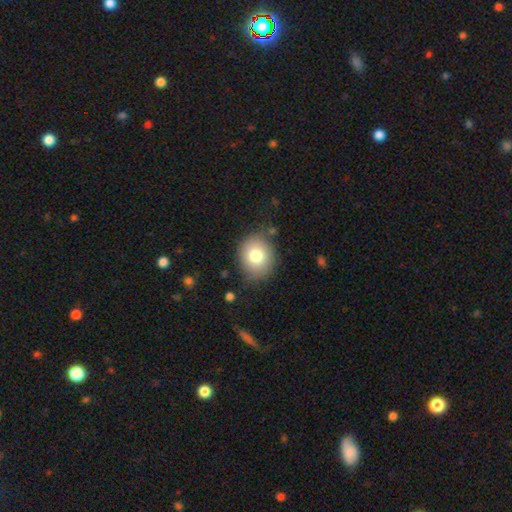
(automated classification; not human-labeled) A smooth galaxy with no disk features (77%) that is round (71%).

Vote fractions:
- Smooth or featured? smooth: 77% / featured or disk: 13% / star or artifact: 10%
- How rounded? round: 71% / in between: 28% / cigar-shaped: 1%
- Merging? none: 80% / minor disturbance: 14% / major disturbance: 4% / merger: 2%